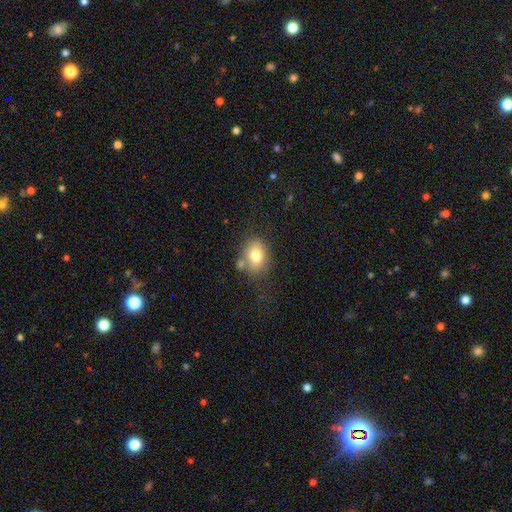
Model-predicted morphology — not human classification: A smooth galaxy with no disk features (76%) that is in between round and cigar-shaped (67%).

Vote fractions:
- Smooth or featured? smooth: 76% / featured or disk: 15% / star or artifact: 9%
- How rounded? in between: 67% / round: 32% / cigar-shaped: 1%
- Merging? none: 64% / minor disturbance: 17% / merger: 14% / major disturbance: 6%